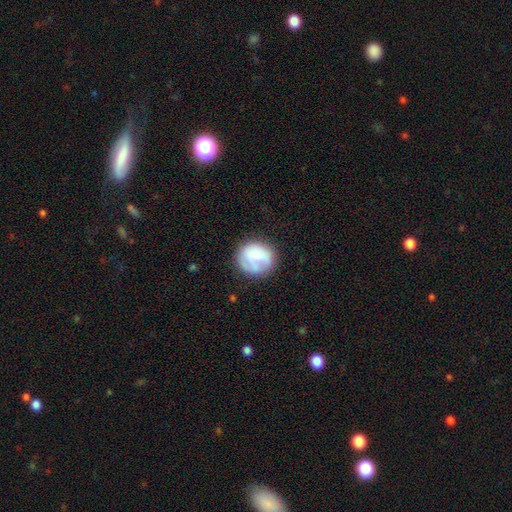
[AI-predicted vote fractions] Morphology: type=smooth (69%); roundness=round (84%); merging=none (63%).